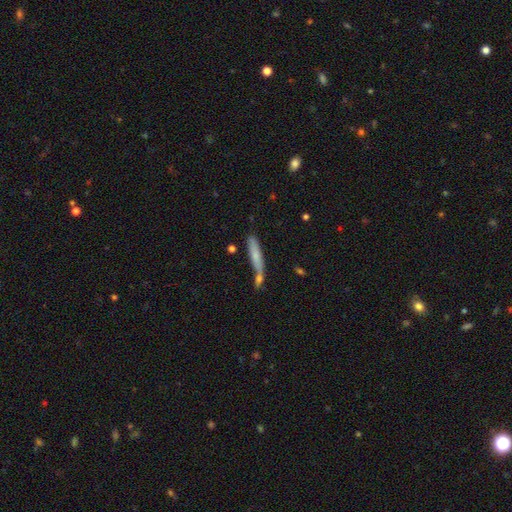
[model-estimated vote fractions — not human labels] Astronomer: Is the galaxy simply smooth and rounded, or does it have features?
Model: smooth — 64%.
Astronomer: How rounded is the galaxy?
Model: cigar-shaped — 87%.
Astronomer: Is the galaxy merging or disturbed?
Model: none — 55%.